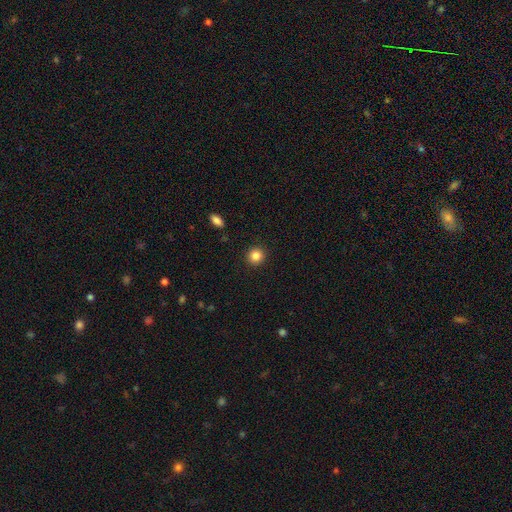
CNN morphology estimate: Smooth or featured: smooth — 85% (star or artifact — 11%)
How rounded: round — 92% (in between — 7%)
Merging: none — 92% (minor disturbance — 5%)